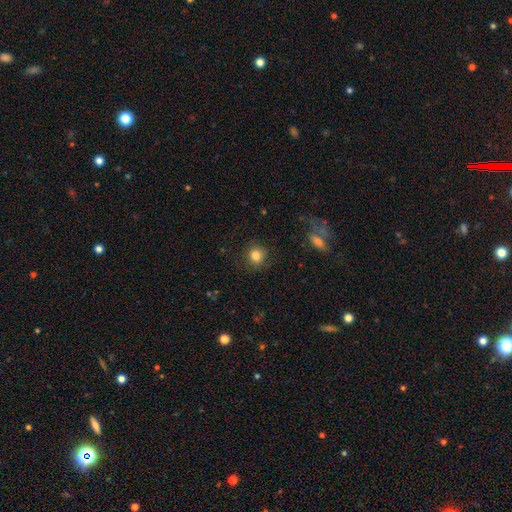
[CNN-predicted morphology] A smooth galaxy with no disk features (84%) that is round (89%). Merging: none (86%).